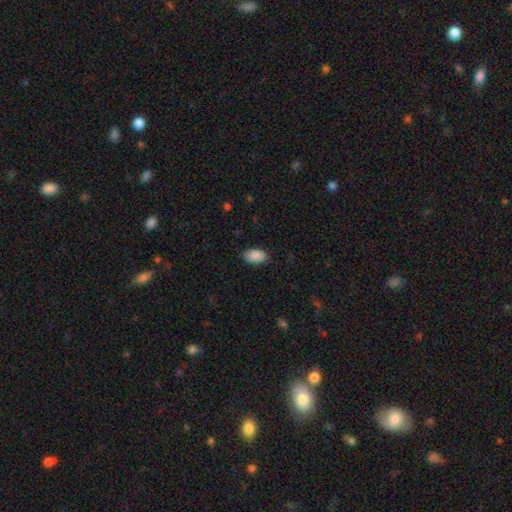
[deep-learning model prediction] A smooth galaxy with no disk features (90%) that is in between round and cigar-shaped (95%). Merging: none (88%).